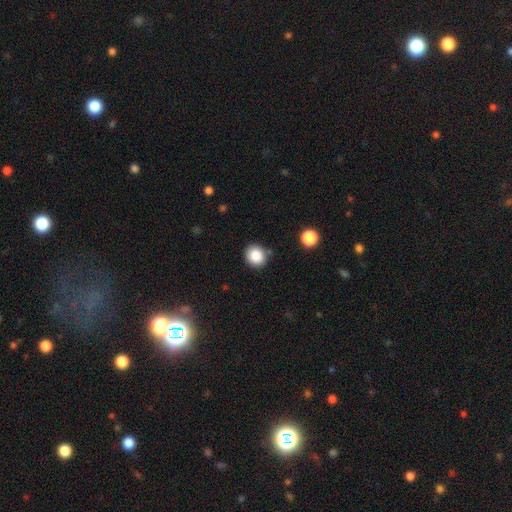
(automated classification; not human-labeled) Smooth or featured?
  - smooth: 86% *
  - star or artifact: 10%
  - featured or disk: 4%
How rounded?
  - round: 82% *
  - in between: 17%
  - cigar-shaped: 1%
Merging?
  - none: 81% *
  - minor disturbance: 11%
  - merger: 5%
  - major disturbance: 3%